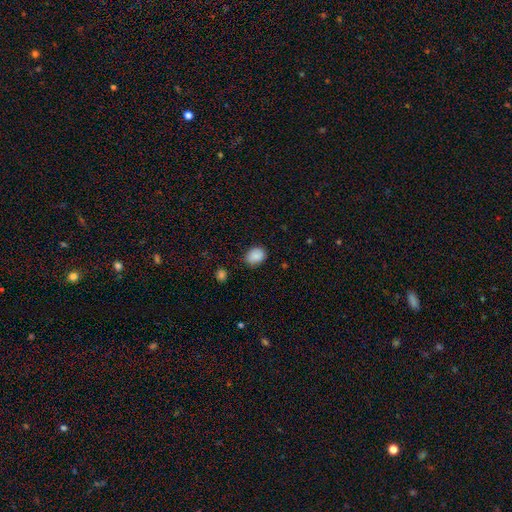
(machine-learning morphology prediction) The model was most divided on "how rounded": in between: 60%, round: 39%, cigar-shaped: 1%. More confident: smooth or featured — smooth (88%); merging — none (80%).